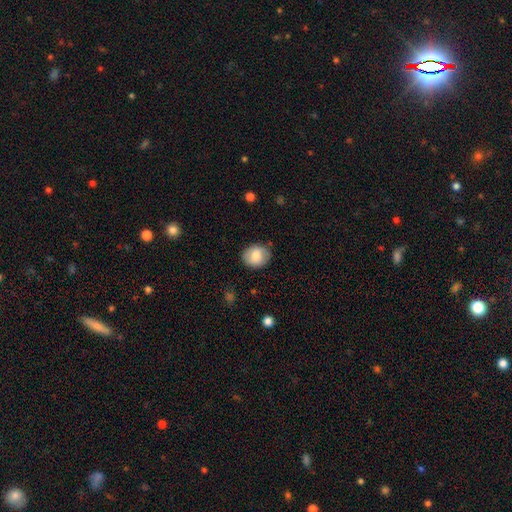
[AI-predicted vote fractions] Q: Smooth or featured?
A: smooth (79%); runner-up: featured or disk (14%)
Q: How rounded?
A: round (58%); runner-up: in between (41%)
Q: Merging?
A: none (84%); runner-up: minor disturbance (12%)